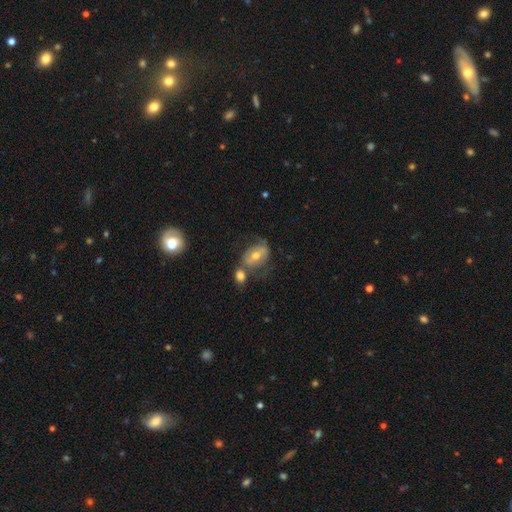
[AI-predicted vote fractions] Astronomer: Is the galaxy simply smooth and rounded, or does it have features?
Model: featured or disk — 54% (runner-up: smooth, 36%).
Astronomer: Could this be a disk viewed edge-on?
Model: no — 93%.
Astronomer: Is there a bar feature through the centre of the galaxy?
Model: no — 45% (runner-up: weak, 33%).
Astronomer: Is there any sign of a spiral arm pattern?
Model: yes — 58% (runner-up: no, 42%).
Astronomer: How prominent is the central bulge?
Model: moderate — 67%.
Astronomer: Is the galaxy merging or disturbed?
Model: none — 43% (runner-up: merger, 26%).